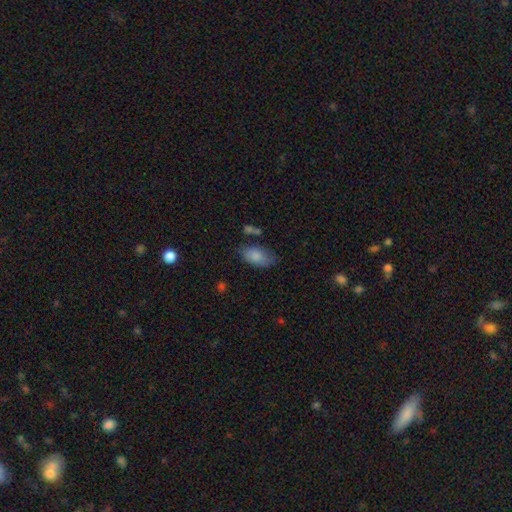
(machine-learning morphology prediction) smooth 84%, featured or disk 9%, star or artifact 7%. Down the decision tree: how rounded — in between (93%); merging — none (61%).